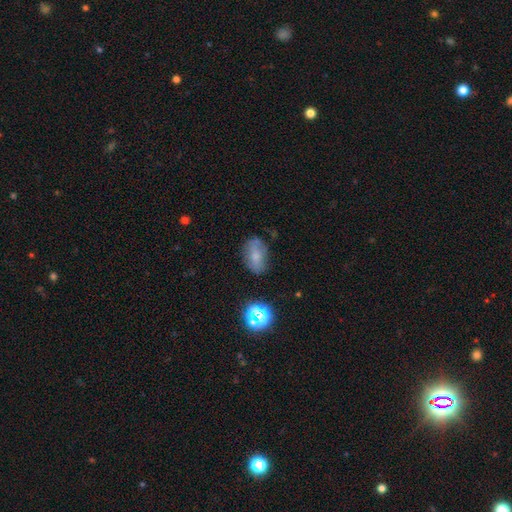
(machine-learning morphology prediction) A smooth galaxy with no disk features (62%) that is in between round and cigar-shaped (80%).

Vote fractions:
- Smooth or featured? smooth: 62% / featured or disk: 23% / star or artifact: 15%
- How rounded? in between: 80% / round: 19% / cigar-shaped: 2%
- Merging? none: 67% / minor disturbance: 23% / major disturbance: 8% / merger: 3%